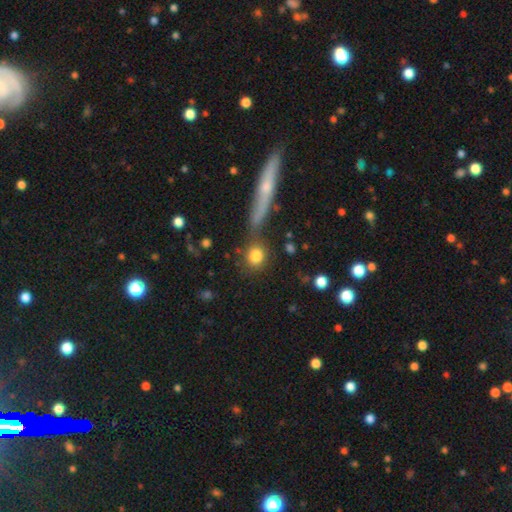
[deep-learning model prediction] A smooth galaxy with no disk features (81%) that is round (79%). Merging: none (69%).